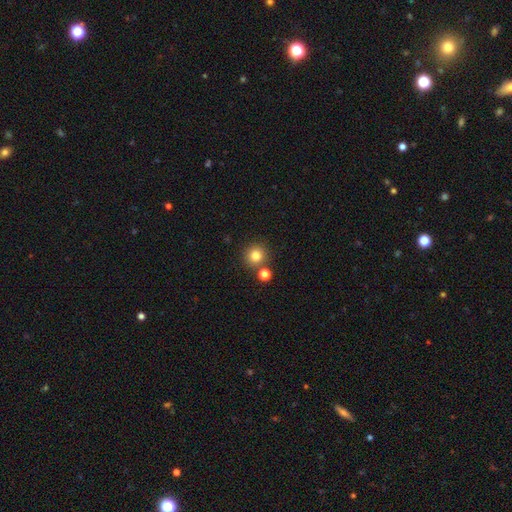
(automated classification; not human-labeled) smooth-or-featured: smooth: 80% | star or artifact: 13% | featured or disk: 6%
  how-rounded: round: 93% | in between: 6% | cigar-shaped: 1%
  merging: none: 79% | merger: 11% | minor disturbance: 7% | major disturbance: 3%